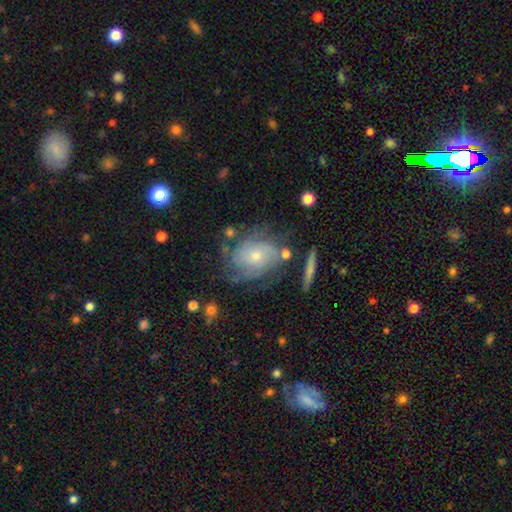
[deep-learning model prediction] smooth_or_featured: featured or disk (p=0.70) [alt: smooth p=0.22]
disk_edge_on: no (p=0.95) [alt: yes p=0.05]
bar: no (p=0.80) [alt: weak p=0.17]
has_spiral_arms: yes (p=0.86) [alt: no p=0.14]
spiral_winding: tight (p=0.53) [alt: medium p=0.33]
spiral_arm_count: can't tell (p=0.45) [alt: 3 p=0.17]
bulge_size: small (p=0.66) [alt: moderate p=0.29]
merging: none (p=0.59) [alt: minor disturbance p=0.22]